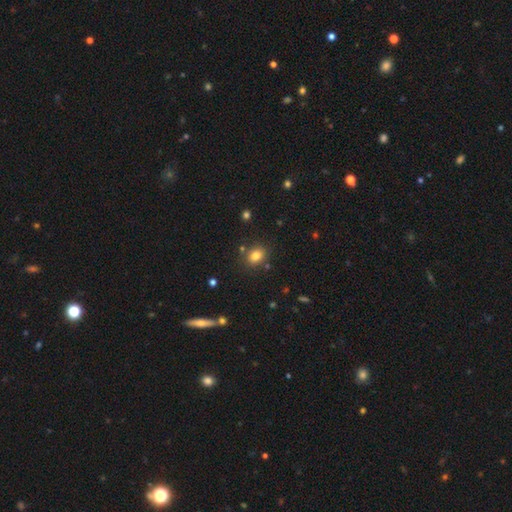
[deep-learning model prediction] smooth_or_featured: smooth (p=0.81) [alt: star or artifact p=0.12]
how_rounded: in between (p=0.52) [alt: round p=0.47]
merging: none (p=0.80) [alt: minor disturbance p=0.11]